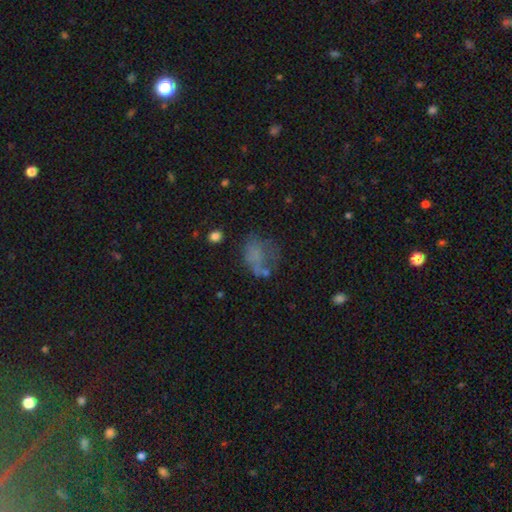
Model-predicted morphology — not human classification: Smooth or featured? Predicted: smooth (p=0.53). How rounded? Predicted: in between (p=0.66). Merging? Predicted: none (p=0.35).